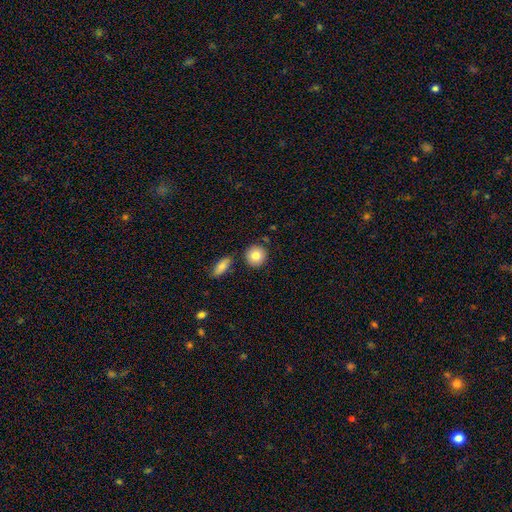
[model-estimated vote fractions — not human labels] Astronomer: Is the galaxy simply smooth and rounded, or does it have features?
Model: smooth — 82%.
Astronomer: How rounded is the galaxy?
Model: round — 90%.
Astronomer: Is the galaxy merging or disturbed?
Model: none — 83%.